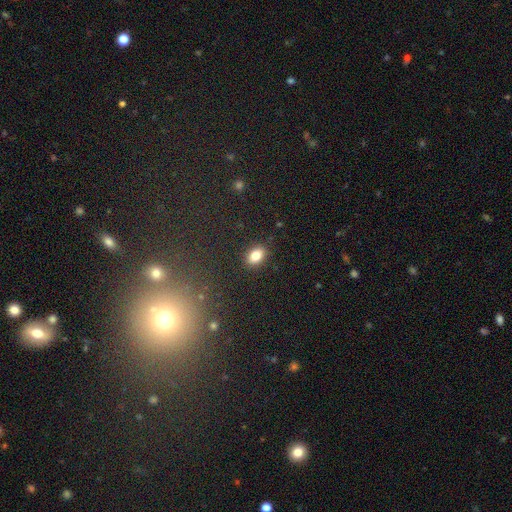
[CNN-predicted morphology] type=smooth (82%); roundness=in between (81%); merging=none (89%).